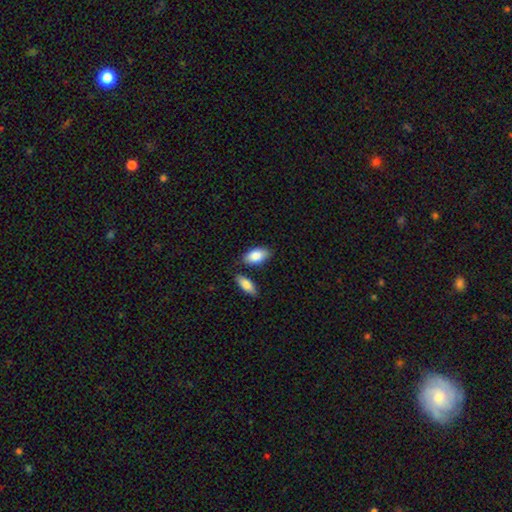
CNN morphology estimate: Smooth or featured: smooth — 87% (featured or disk — 8%)
How rounded: in between — 93% (cigar-shaped — 4%)
Merging: none — 73% (minor disturbance — 13%)